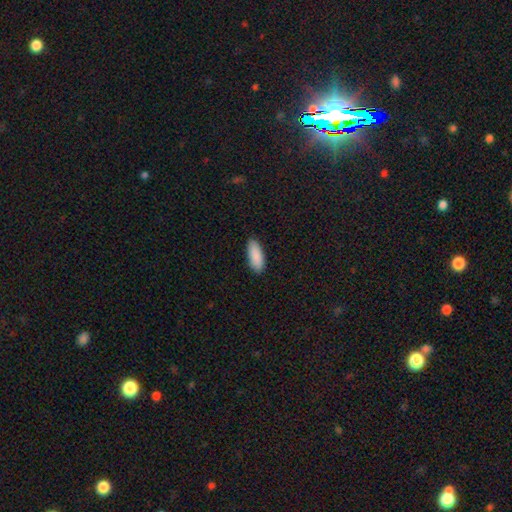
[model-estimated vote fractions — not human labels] smooth_or_featured: smooth (p=0.90) [alt: star or artifact p=0.06]
how_rounded: in between (p=0.76) [alt: cigar-shaped p=0.23]
merging: none (p=0.89) [alt: minor disturbance p=0.09]